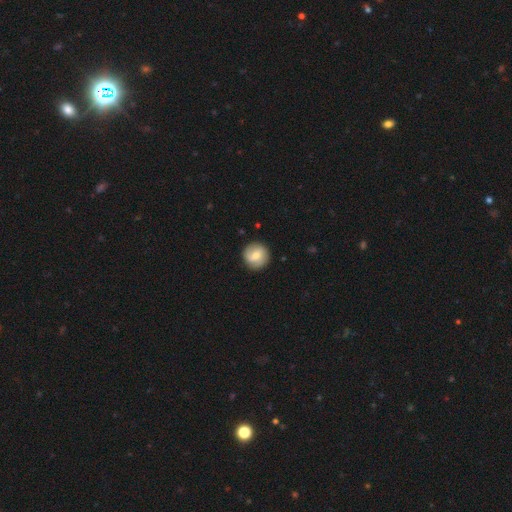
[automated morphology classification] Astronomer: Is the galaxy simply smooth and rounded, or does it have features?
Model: smooth — 56% (runner-up: featured or disk, 37%).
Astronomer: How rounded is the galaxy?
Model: round — 94%.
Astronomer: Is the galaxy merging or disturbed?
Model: none — 87%.